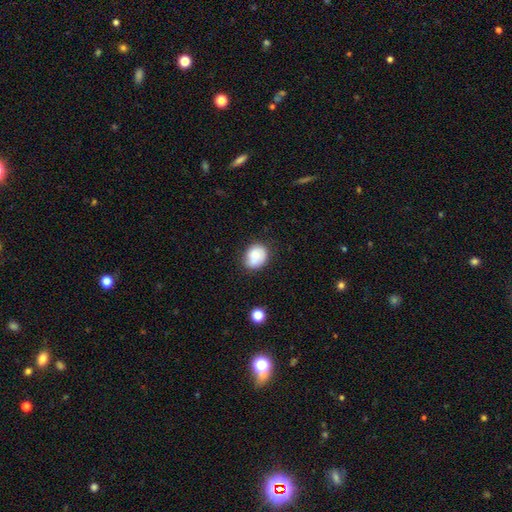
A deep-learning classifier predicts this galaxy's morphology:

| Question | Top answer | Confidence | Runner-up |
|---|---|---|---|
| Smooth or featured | smooth | 77% | featured or disk (14%) |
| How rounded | round | 60% | in between (39%) |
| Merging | none | 70% | minor disturbance (22%) |